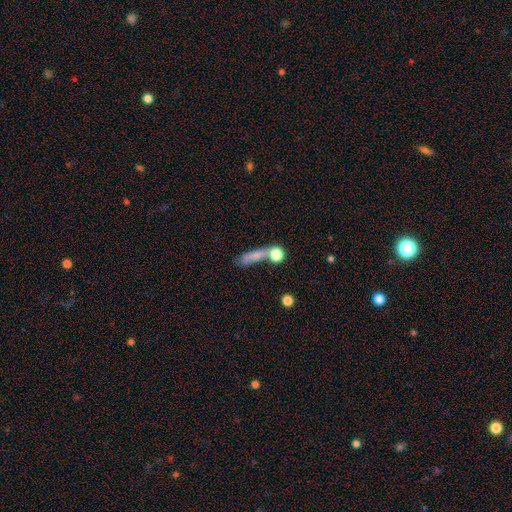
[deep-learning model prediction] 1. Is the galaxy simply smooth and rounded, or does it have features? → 65% smooth, 22% featured or disk, 13% star or artifact.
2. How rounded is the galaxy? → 60% cigar-shaped, 22% in between, 18% round.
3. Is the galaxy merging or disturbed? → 44% none, 26% merger, 16% minor disturbance, 15% major disturbance.